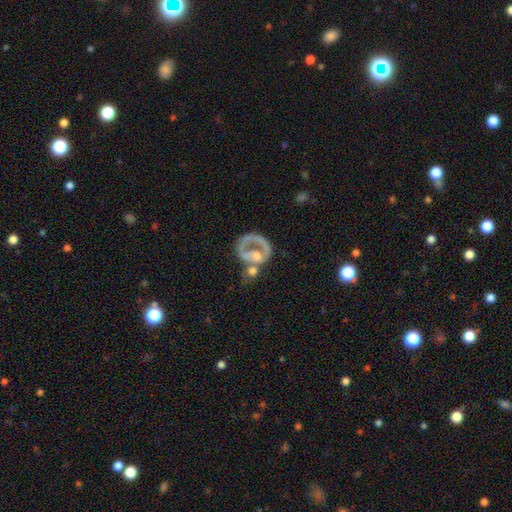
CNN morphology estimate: featured or disk 62%, smooth 28%, star or artifact 10%. Down the decision tree: edge-on disk — no (97%); bar — no (78%); spiral arms — no (72%); bulge size — moderate (36%); merging — merger (35%).